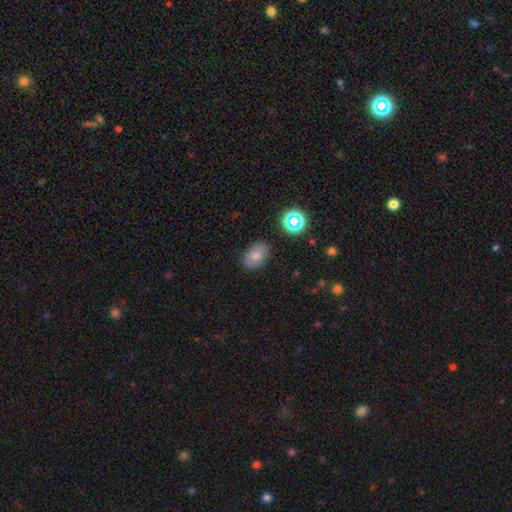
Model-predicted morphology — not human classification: type=smooth (75%); roundness=in between (80%); merging=none (83%).